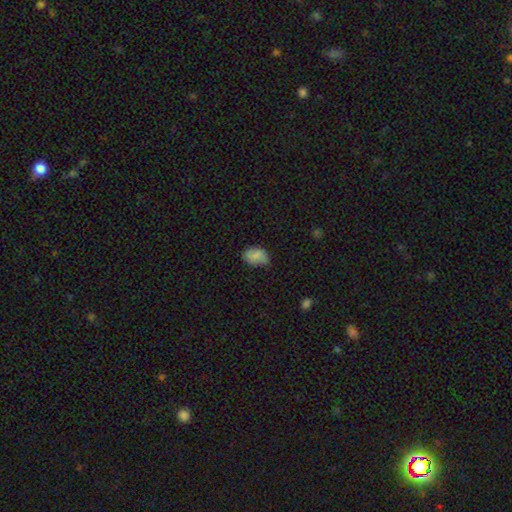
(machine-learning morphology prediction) smooth 81%, featured or disk 10%, star or artifact 9%. Down the decision tree: how rounded — in between (83%); merging — none (58%).